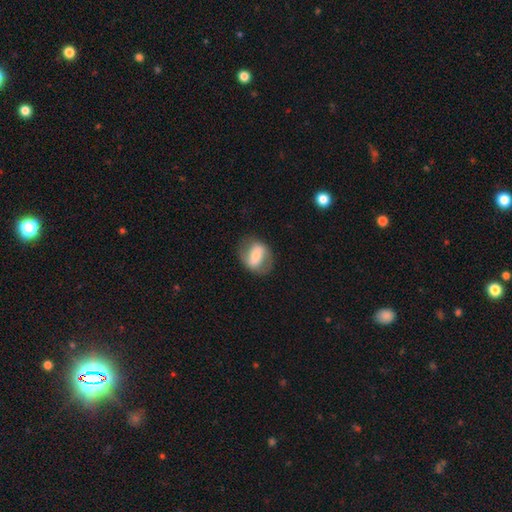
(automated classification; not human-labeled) Morphology: type=smooth (47%); merging=none (72%).